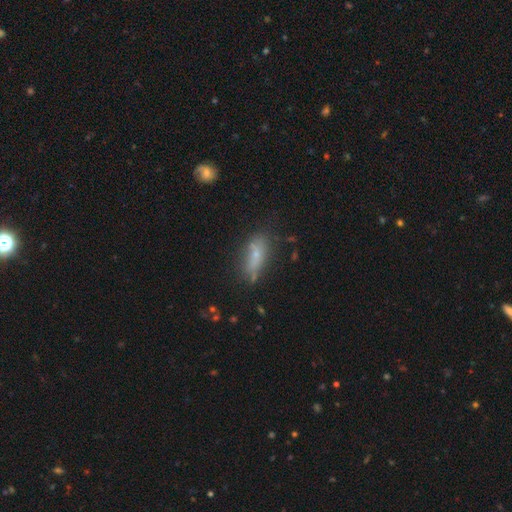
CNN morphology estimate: Q: Smooth or featured?
A: smooth (58%); runner-up: featured or disk (30%)
Q: How rounded?
A: in between (66%); runner-up: cigar-shaped (29%)
Q: Merging?
A: none (58%); runner-up: minor disturbance (24%)